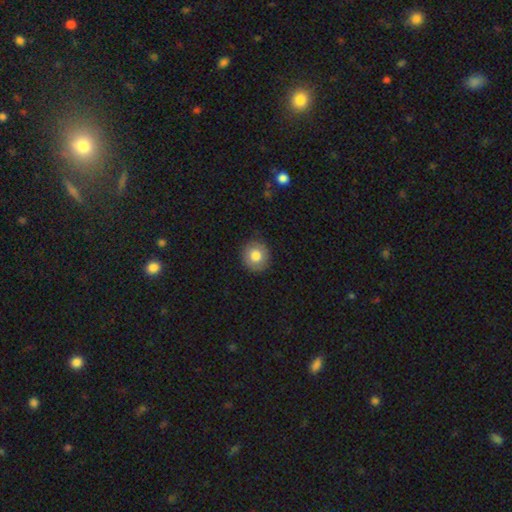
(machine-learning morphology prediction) Q: Smooth or featured?
A: smooth (79%); runner-up: featured or disk (12%)
Q: How rounded?
A: round (86%); runner-up: in between (13%)
Q: Merging?
A: none (86%); runner-up: minor disturbance (11%)